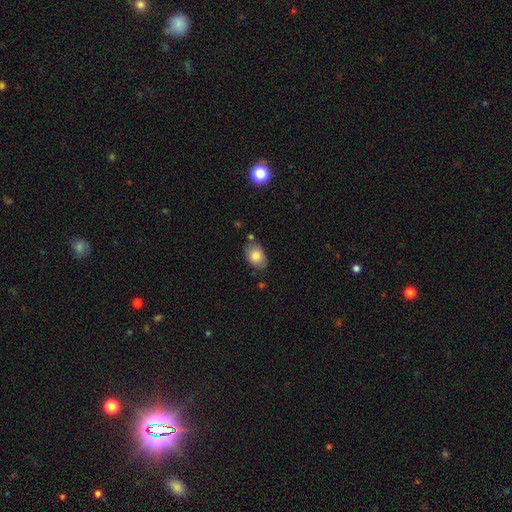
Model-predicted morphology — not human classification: A smooth galaxy with no disk features (80%) that is in between round and cigar-shaped (84%). Merging: none (70%).